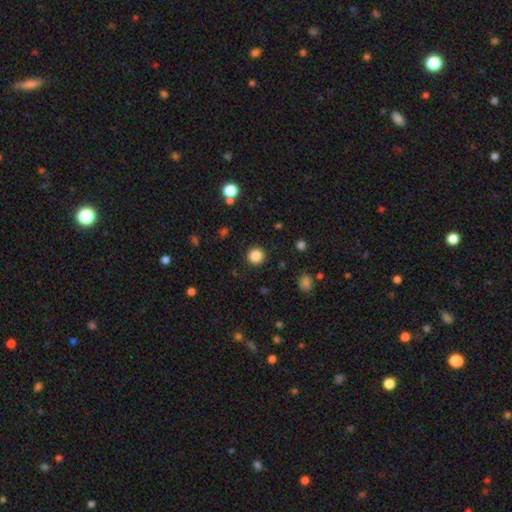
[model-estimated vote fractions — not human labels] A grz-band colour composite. It shows a smooth galaxy with no disk features (85%) that is round (94%). Merging: none (91%).